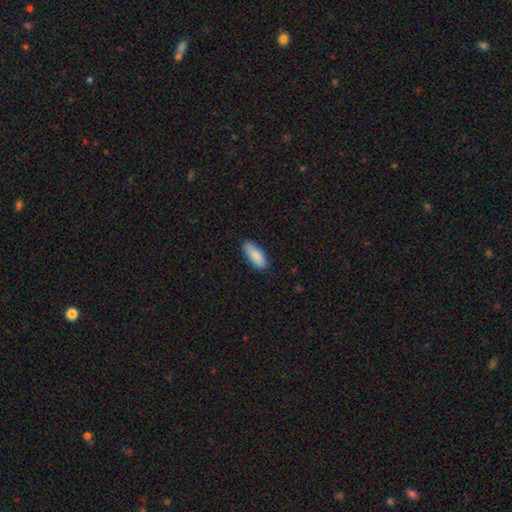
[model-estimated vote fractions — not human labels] A smooth galaxy with no disk features (89%) that is in between round and cigar-shaped (76%). Merging: none (84%).